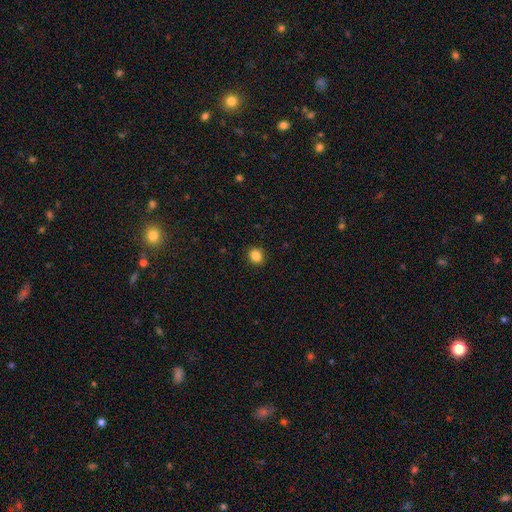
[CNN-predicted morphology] smooth 85%, star or artifact 11%, featured or disk 4%. Down the decision tree: how rounded — round (83%); merging — none (92%).